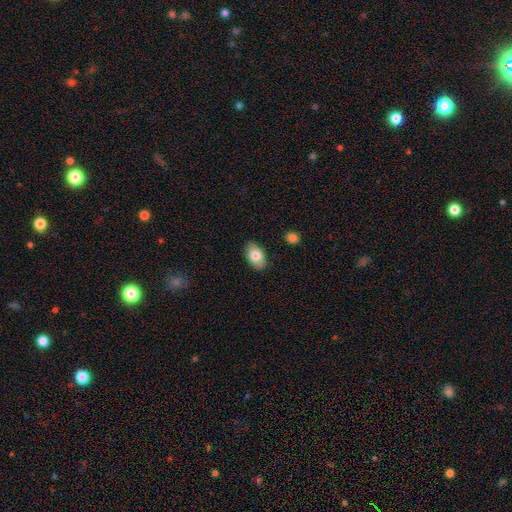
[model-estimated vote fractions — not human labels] A smooth galaxy with no disk features (80%) that is in between round and cigar-shaped (91%). Merging: none (87%).